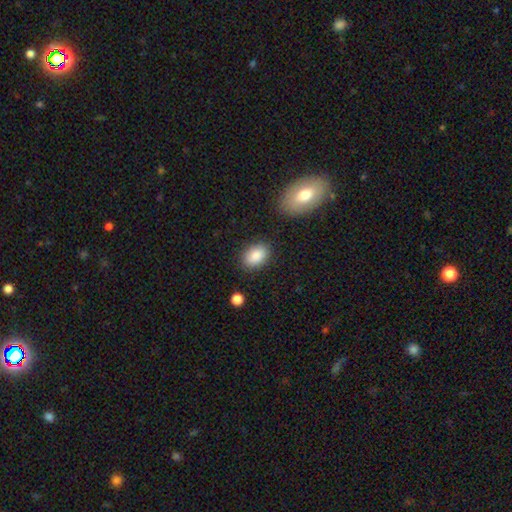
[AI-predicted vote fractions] This is clearly a smooth galaxy (87%). How rounded: clearly in between (85%). Merging: clearly none (84%).